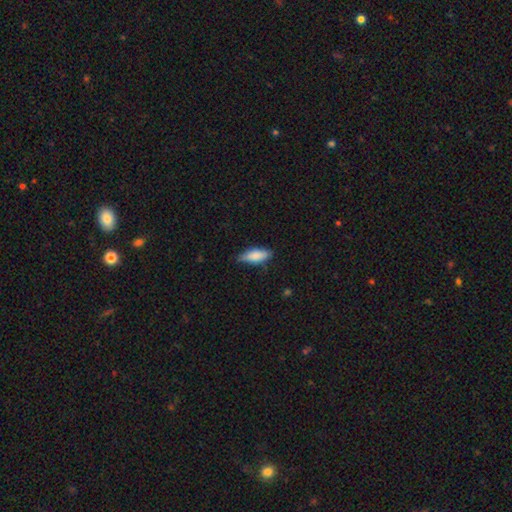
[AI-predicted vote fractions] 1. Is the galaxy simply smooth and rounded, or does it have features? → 81% smooth, 13% featured or disk, 6% star or artifact.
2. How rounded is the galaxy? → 70% in between, 28% cigar-shaped, 2% round.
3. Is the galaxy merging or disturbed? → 72% none, 23% minor disturbance, 3% major disturbance, 1% merger.